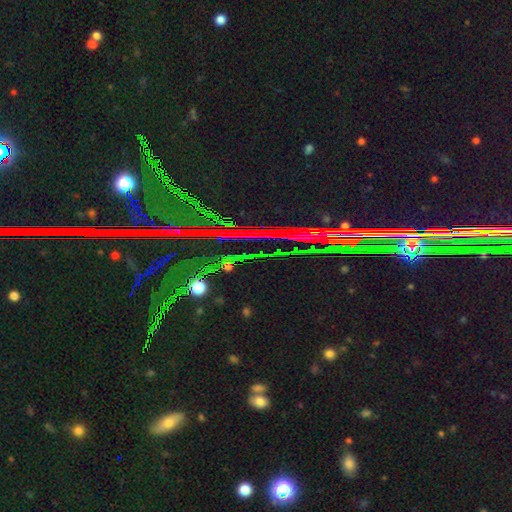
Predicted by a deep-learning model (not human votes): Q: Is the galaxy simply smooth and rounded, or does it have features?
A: star or artifact — 85%.